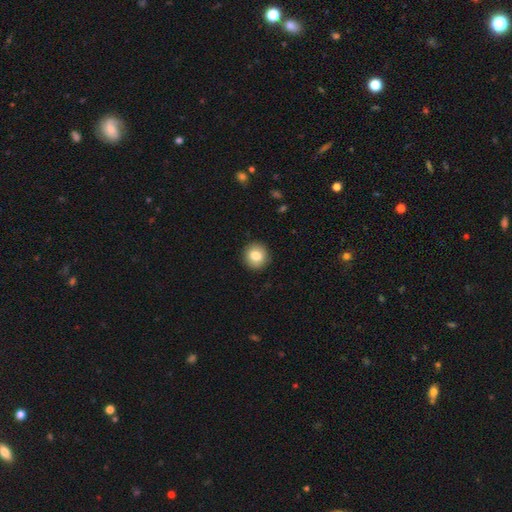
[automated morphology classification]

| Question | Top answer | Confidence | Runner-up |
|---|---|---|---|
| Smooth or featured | smooth | 82% | featured or disk (10%) |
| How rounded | round | 90% | in between (9%) |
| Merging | none | 91% | minor disturbance (6%) |